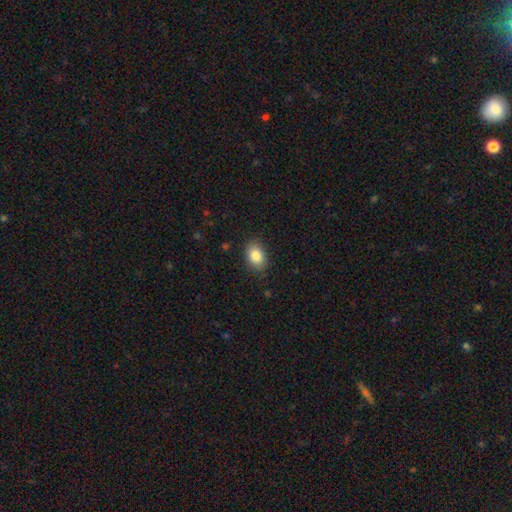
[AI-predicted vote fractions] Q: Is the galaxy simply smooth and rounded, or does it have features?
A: smooth — 85%.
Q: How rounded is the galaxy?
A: in between — 82%.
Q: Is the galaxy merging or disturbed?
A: none — 86%.